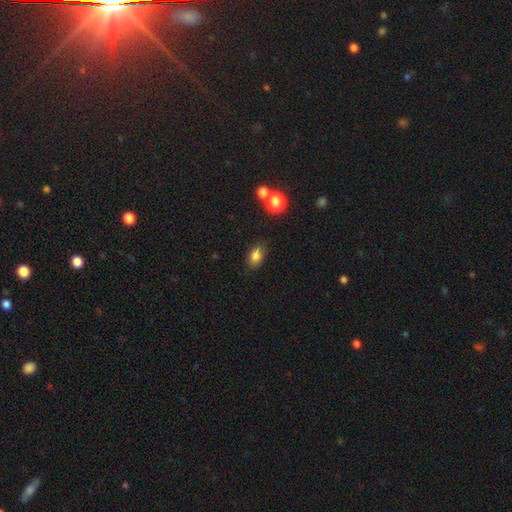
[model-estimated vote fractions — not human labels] smooth_or_featured: smooth (p=0.83) [alt: star or artifact p=0.11]
how_rounded: in between (p=0.84) [alt: round p=0.13]
merging: none (p=0.82) [alt: minor disturbance p=0.13]